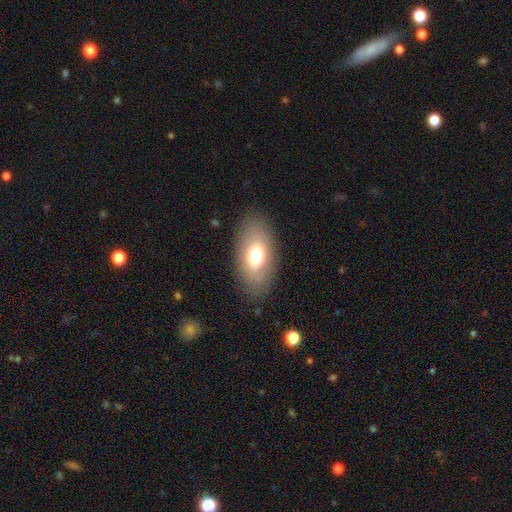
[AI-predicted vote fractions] smooth-or-featured: smooth: 68% | featured or disk: 23% | star or artifact: 9%
  how-rounded: in between: 90% | round: 6% | cigar-shaped: 3%
  merging: none: 84% | minor disturbance: 11% | major disturbance: 5% | merger: 1%